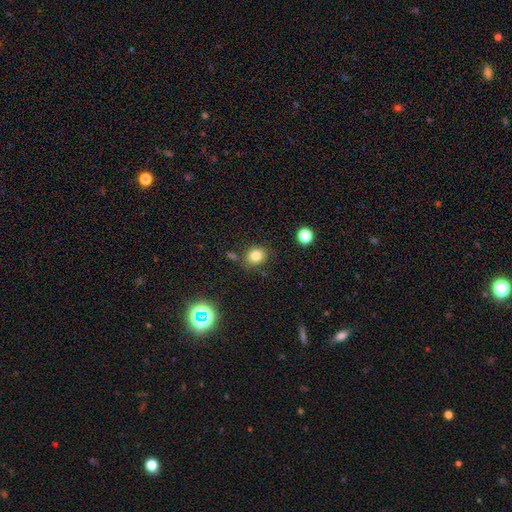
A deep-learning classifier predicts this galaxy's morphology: Q: Smooth or featured?
A: smooth (80%); runner-up: star or artifact (13%)
Q: How rounded?
A: round (66%); runner-up: in between (33%)
Q: Merging?
A: none (79%); runner-up: minor disturbance (12%)